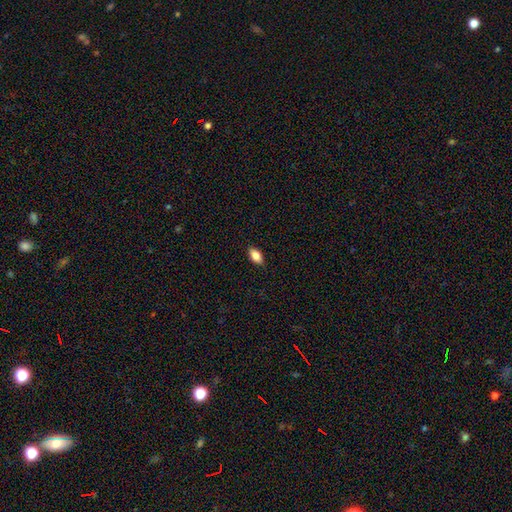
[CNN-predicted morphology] Smooth or featured? smooth (79%)
How rounded? in between (89%)
Merging? none (88%)